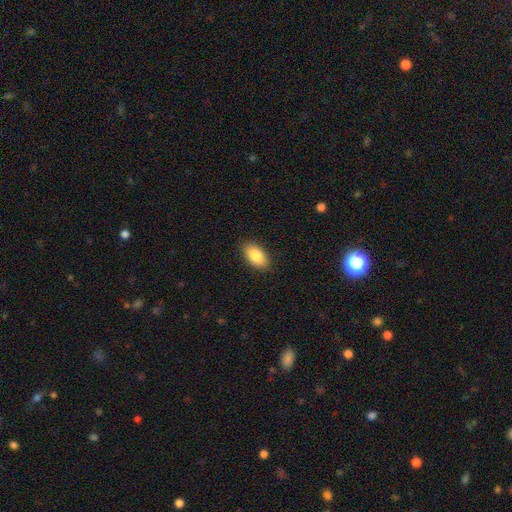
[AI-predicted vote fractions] Smooth or featured: smooth — 86% (featured or disk — 7%)
How rounded: in between — 93% (round — 4%)
Merging: none — 88% (minor disturbance — 9%)